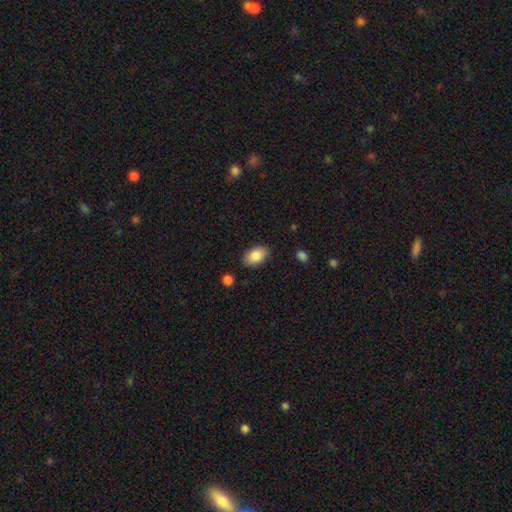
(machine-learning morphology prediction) Q: Smooth or featured?
A: smooth (86%); runner-up: featured or disk (7%)
Q: How rounded?
A: in between (93%); runner-up: round (6%)
Q: Merging?
A: none (86%); runner-up: minor disturbance (10%)